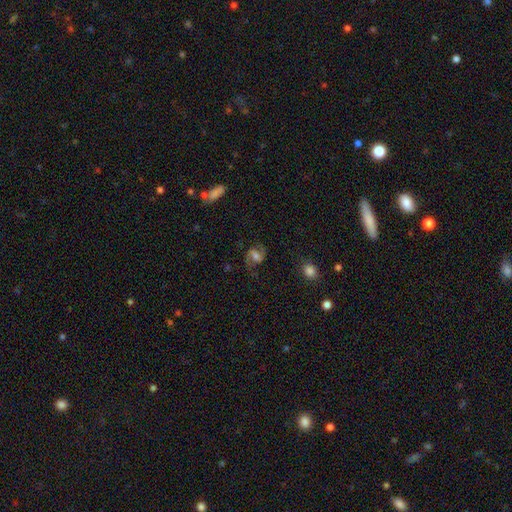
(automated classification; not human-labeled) Smooth or featured?
  - featured or disk: 72% *
  - smooth: 19%
  - star or artifact: 9%
Edge-on disk?
  - no: 97% *
  - yes: 3%
Bar?
  - weak: 46% *
  - strong: 30%
  - no: 24%
Spiral arms?
  - yes: 93% *
  - no: 7%
Spiral winding?
  - medium: 52% *
  - loose: 34%
  - tight: 14%
Spiral arm count?
  - 2: 91% *
  - can't tell: 4%
  - 1: 2%
  - 3: 1%
  - 4: 1%
  - more than 4: 1%
Bulge size?
  - moderate: 51% *
  - small: 25%
  - large: 15%
  - none: 7%
  - dominant: 2%
Merging?
  - none: 74% *
  - minor disturbance: 15%
  - major disturbance: 9%
  - merger: 2%